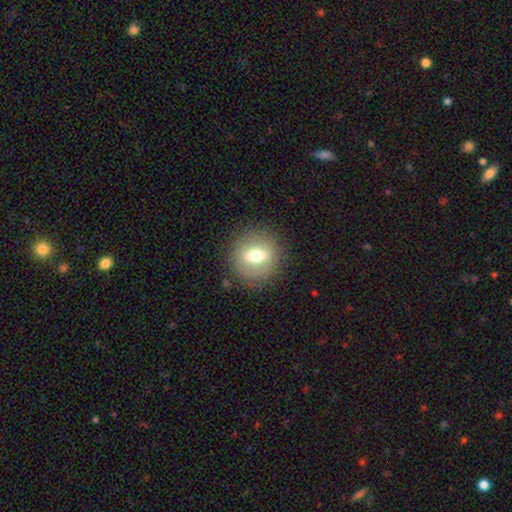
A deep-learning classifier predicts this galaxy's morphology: The model was most divided on "smooth or featured": smooth: 50%, featured or disk: 41%, star or artifact: 9%. More confident: merging — none (85%).